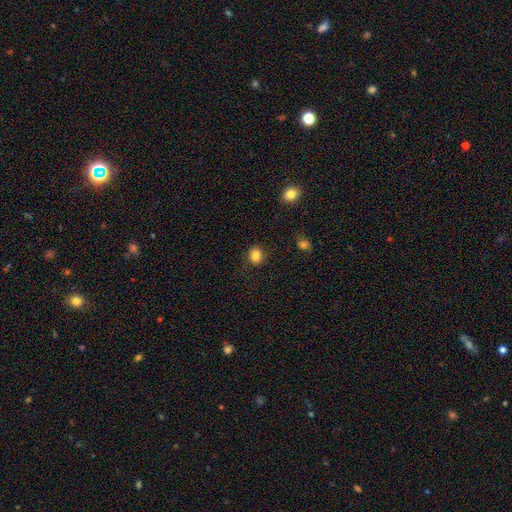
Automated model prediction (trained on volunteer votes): smooth_or_featured: smooth (p=0.84) [alt: star or artifact p=0.11]
how_rounded: round (p=0.64) [alt: in between p=0.35]
merging: none (p=0.86) [alt: minor disturbance p=0.10]